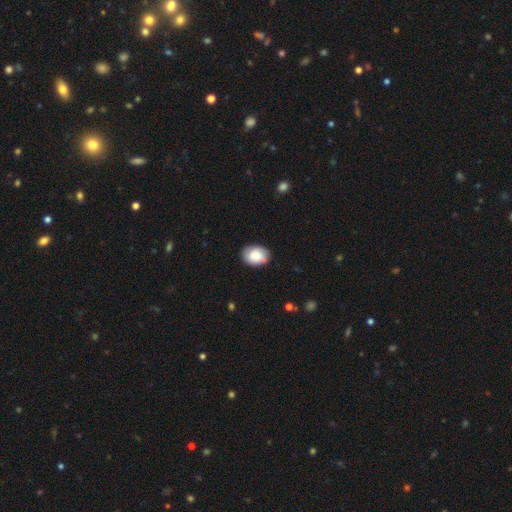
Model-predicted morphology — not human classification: Overall: smooth (76%). How rounded: in between (72%). Merging: none (82%).